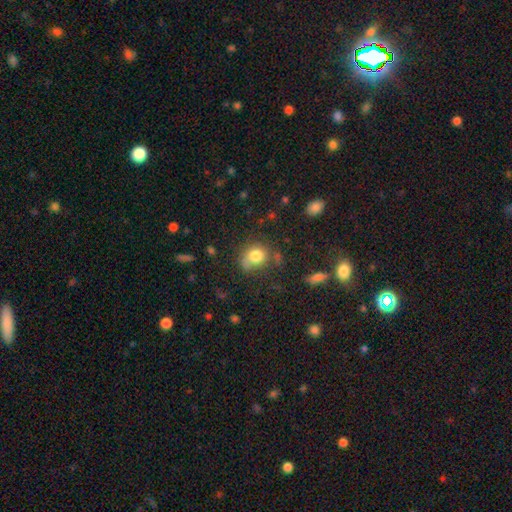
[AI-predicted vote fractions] smooth_or_featured: smooth (p=0.77) [alt: featured or disk p=0.12]
how_rounded: round (p=0.66) [alt: in between p=0.33]
merging: none (p=0.53) [alt: minor disturbance p=0.25]